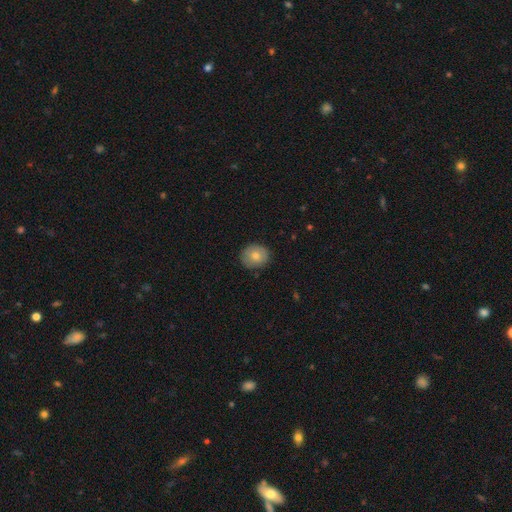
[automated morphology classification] A smooth galaxy with no disk features (75%) that is round (72%). Merging: none (86%).